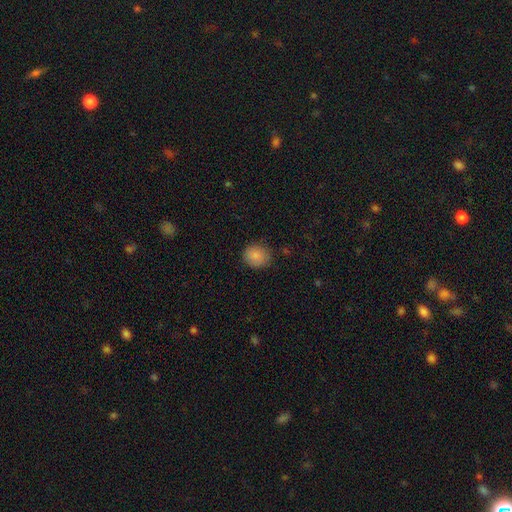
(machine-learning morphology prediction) smooth 87%, star or artifact 9%, featured or disk 4%. Down the decision tree: how rounded — round (78%); merging — none (84%).